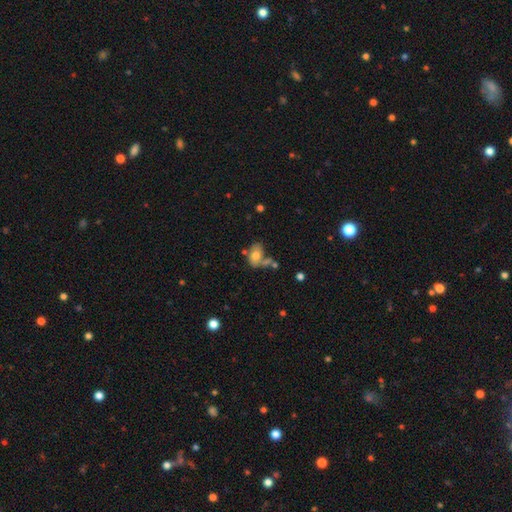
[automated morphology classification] The model was most divided on "merging": none: 41%, merger: 27%, minor disturbance: 21%, major disturbance: 11%. More confident: how rounded — in between (85%); smooth or featured — smooth (68%).